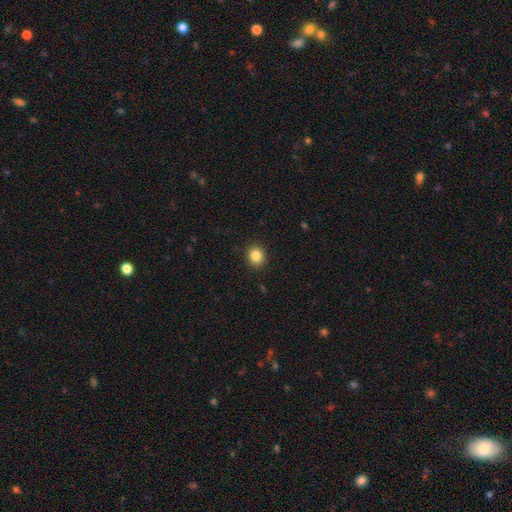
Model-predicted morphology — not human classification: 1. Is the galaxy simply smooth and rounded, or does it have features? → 85% smooth, 10% star or artifact, 5% featured or disk.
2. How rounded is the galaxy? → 72% round, 27% in between, 1% cigar-shaped.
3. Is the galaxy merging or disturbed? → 91% none, 6% minor disturbance, 2% major disturbance, 1% merger.